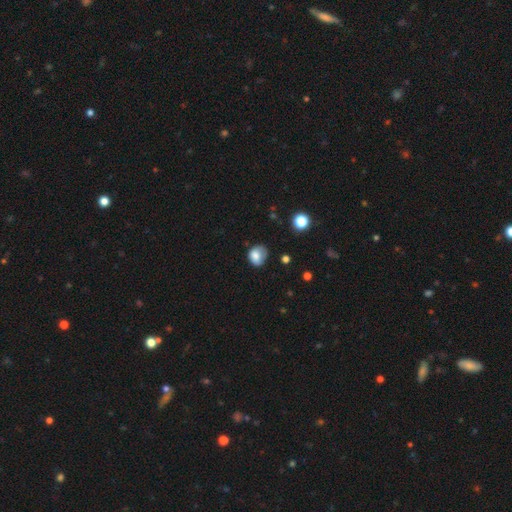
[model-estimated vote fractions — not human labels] Q: Smooth or featured?
A: smooth (76%); runner-up: featured or disk (14%)
Q: How rounded?
A: round (58%); runner-up: in between (41%)
Q: Merging?
A: none (51%); runner-up: minor disturbance (32%)